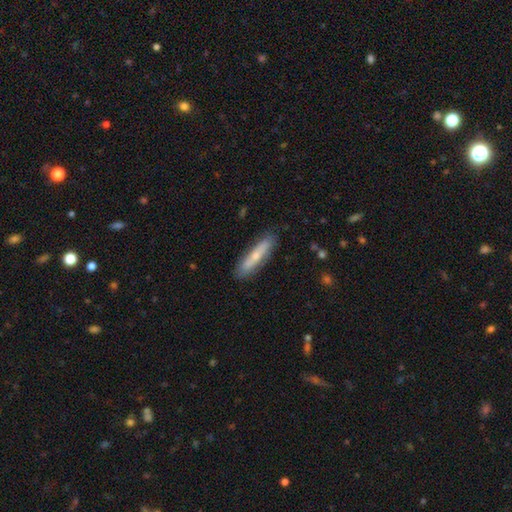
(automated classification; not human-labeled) smooth_or_featured: smooth (p=0.59) [alt: featured or disk p=0.35]
how_rounded: cigar-shaped (p=0.83) [alt: in between p=0.15]
merging: none (p=0.86) [alt: minor disturbance p=0.11]